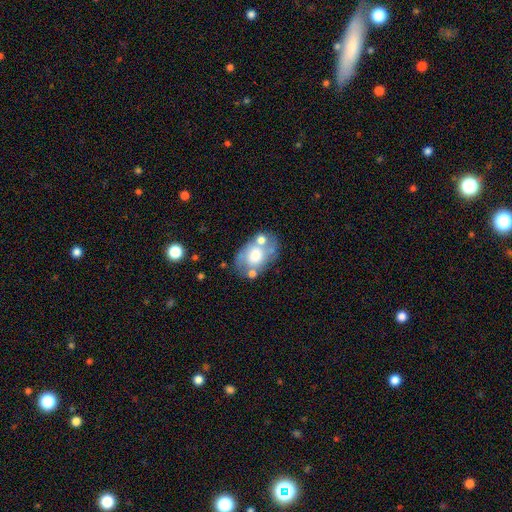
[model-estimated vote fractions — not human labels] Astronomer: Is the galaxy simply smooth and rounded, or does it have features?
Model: smooth — 53% (runner-up: featured or disk, 39%).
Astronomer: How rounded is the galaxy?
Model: in between — 78%.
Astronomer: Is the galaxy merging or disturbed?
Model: none — 54%.